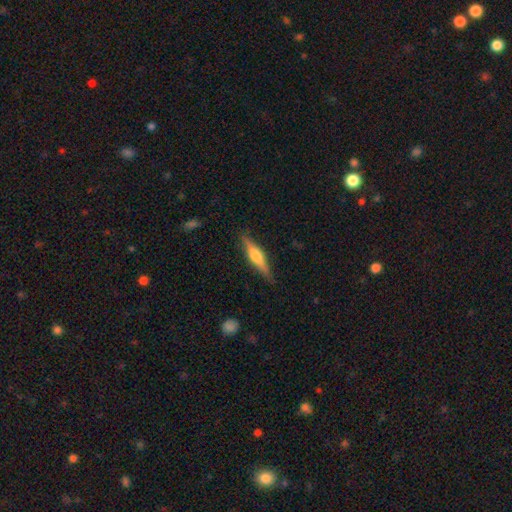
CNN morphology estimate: smooth-or-featured: featured or disk: 55% | smooth: 40% | star or artifact: 6%
  disk-edge-on: yes: 96% | no: 4%
    edge-on-bulge: rounded: 84% | boxy: 10% | none: 6%
  merging: none: 85% | minor disturbance: 11% | major disturbance: 2% | merger: 1%